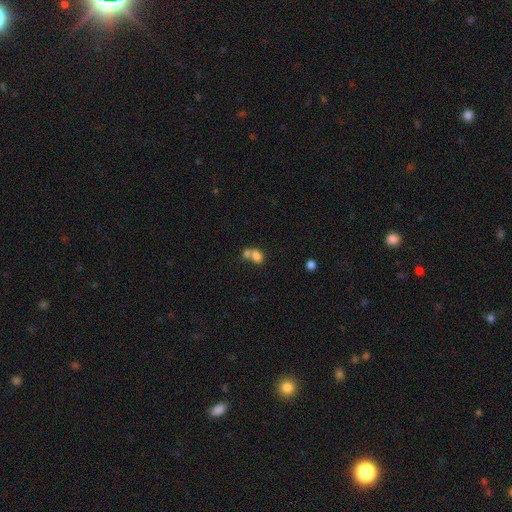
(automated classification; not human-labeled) Smooth or featured?
  - smooth: 78% *
  - featured or disk: 12%
  - star or artifact: 10%
How rounded?
  - in between: 60% *
  - round: 38%
  - cigar-shaped: 1%
Merging?
  - merger: 63% *
  - none: 26%
  - minor disturbance: 7%
  - major disturbance: 4%